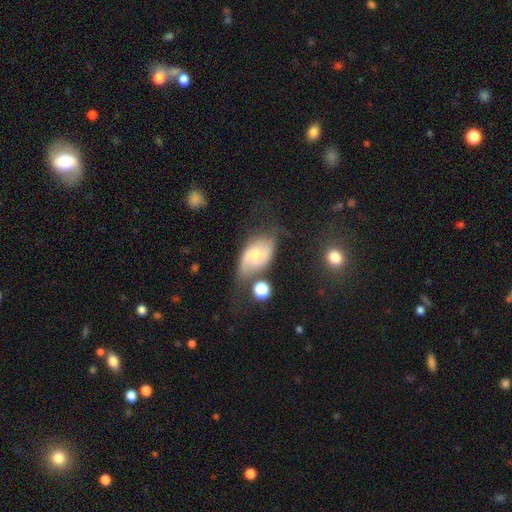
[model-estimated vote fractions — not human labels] Smooth or featured? Predicted: featured or disk (p=0.50). Merging? Predicted: none (p=0.49).